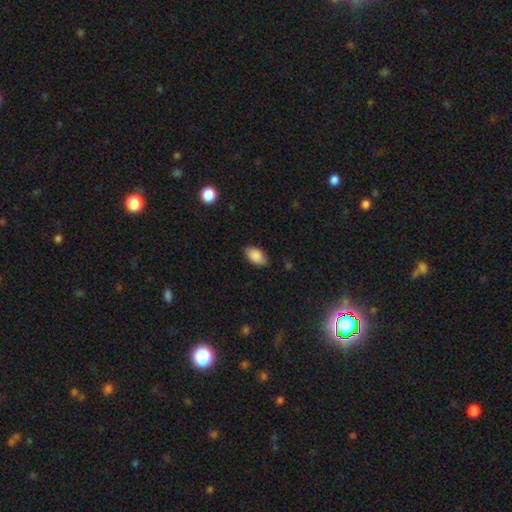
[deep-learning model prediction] A smooth galaxy with no disk features (87%) that is in between round and cigar-shaped (93%). Merging: none (79%).